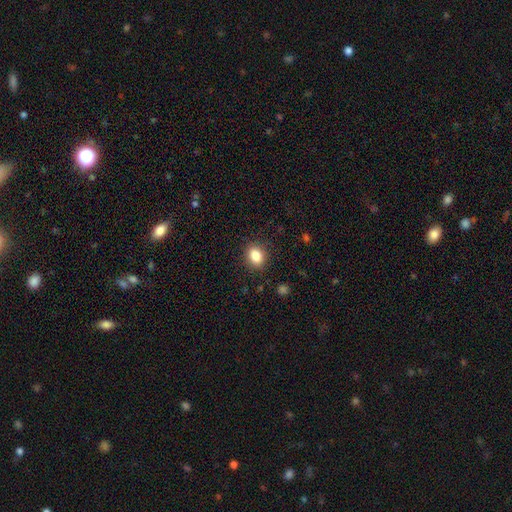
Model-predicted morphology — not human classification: This appears to be a smooth galaxy with no disk features (85%) that is in between round and cigar-shaped (63%). Merging: none (87%).